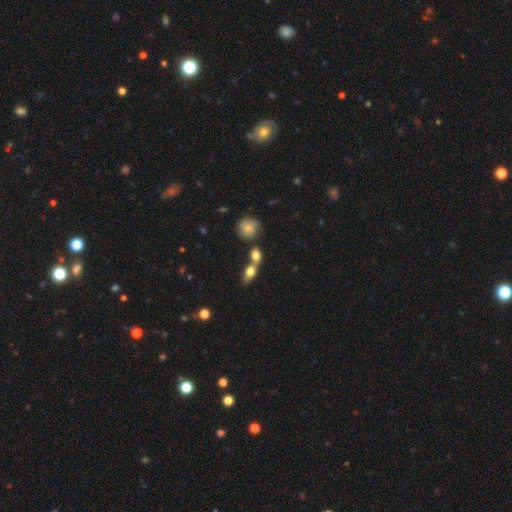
Q: Smooth or featured?
A: smooth (74%); runner-up: featured or disk (21%)
Q: How rounded?
A: in between (75%); runner-up: round (21%)
Q: Merging?
A: merger (78%); runner-up: none (17%)